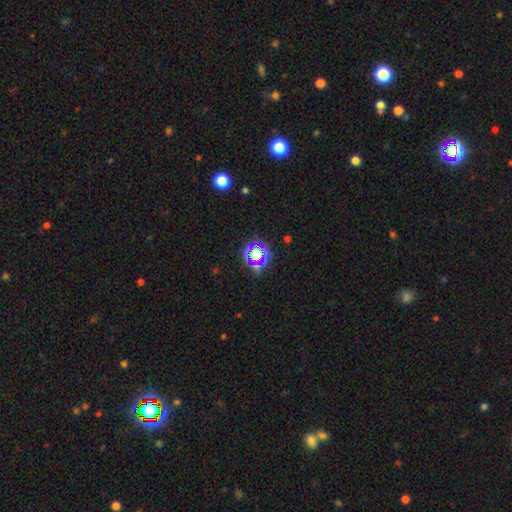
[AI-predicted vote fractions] star or artifact 65%, smooth 24%, featured or disk 11%.